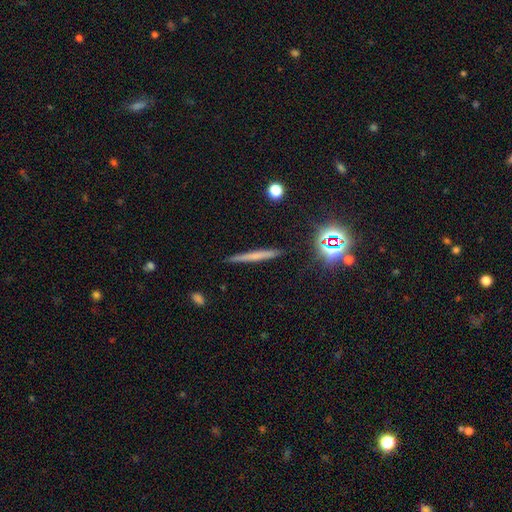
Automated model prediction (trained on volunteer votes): Smooth or featured?
  - smooth: 51% *
  - featured or disk: 35%
  - star or artifact: 14%
How rounded?
  - cigar-shaped: 94% *
  - in between: 3%
  - round: 3%
Merging?
  - none: 89% *
  - minor disturbance: 7%
  - major disturbance: 2%
  - merger: 2%